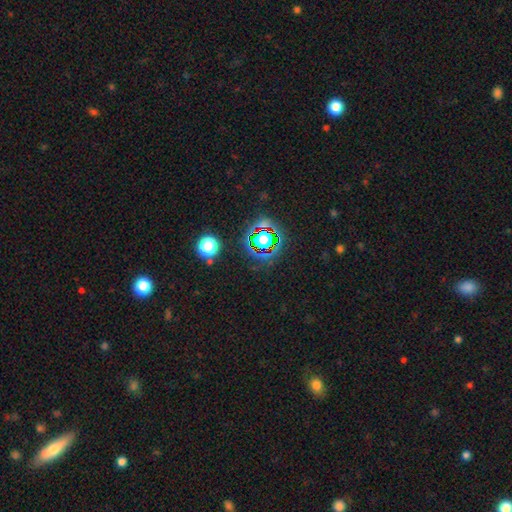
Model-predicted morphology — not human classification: A star or artifact, not a galaxy (76%).